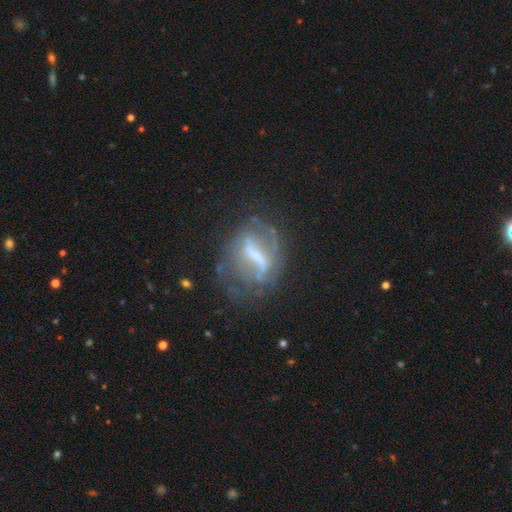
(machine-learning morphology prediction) The model was most divided on "bulge size": none: 36%, moderate: 28%, small: 24%, large: 10%, dominant: 2%. More confident: edge-on disk — no (89%); bar — strong (70%); smooth or featured — featured or disk (69%); spiral arms — no (55%); merging — none (51%).